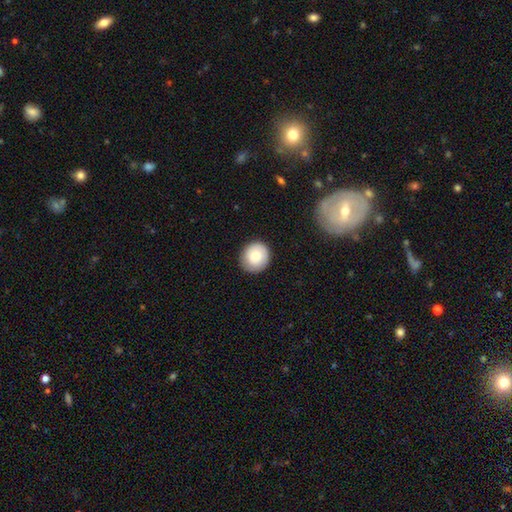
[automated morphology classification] smooth-or-featured: smooth: 79% | featured or disk: 14% | star or artifact: 7%
  how-rounded: round: 89% | in between: 10% | cigar-shaped: 1%
  merging: none: 84% | minor disturbance: 12% | major disturbance: 3% | merger: 1%